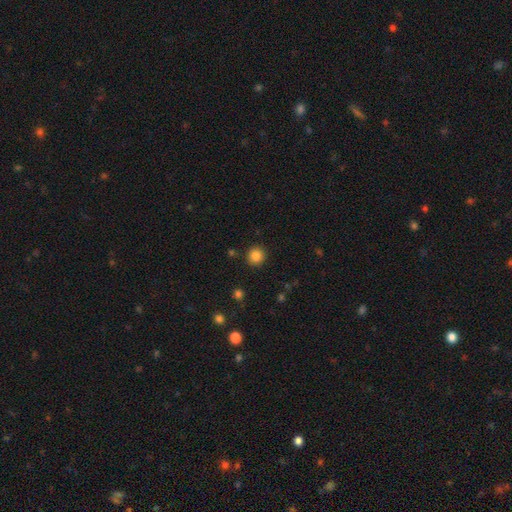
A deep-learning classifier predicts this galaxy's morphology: The model was most divided on "smooth or featured": smooth: 85%, star or artifact: 11%, featured or disk: 4%. More confident: how rounded — round (92%); merging — none (90%).